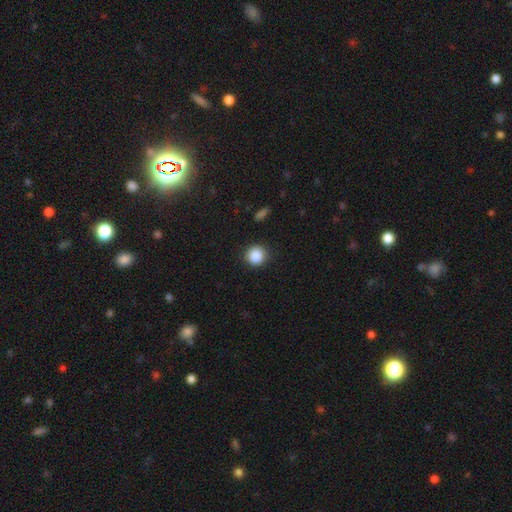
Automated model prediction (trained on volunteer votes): This is clearly a smooth galaxy (86%). How rounded: clearly round (92%). Merging: clearly none (90%).